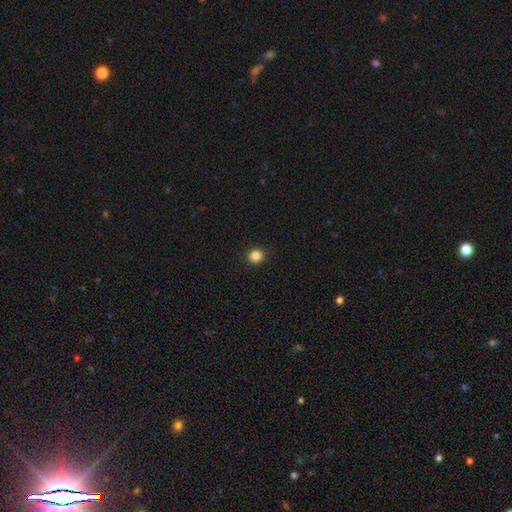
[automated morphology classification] smooth_or_featured: smooth (p=0.84) [alt: star or artifact p=0.12]
how_rounded: round (p=0.92) [alt: in between p=0.07]
merging: none (p=0.93) [alt: minor disturbance p=0.05]